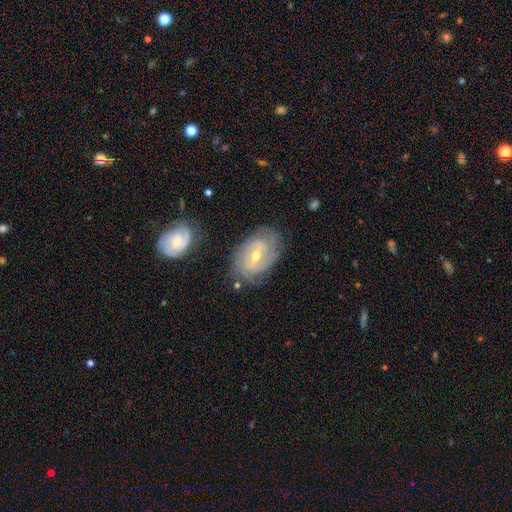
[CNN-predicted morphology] featured or disk 83%, smooth 11%, star or artifact 7%. Down the decision tree: edge-on disk — no (96%); bar — weak (47%); spiral arms — yes (94%); spiral arm count — can't tell (31%); spiral winding — tight (66%); bulge size — moderate (53%); merging — none (73%).